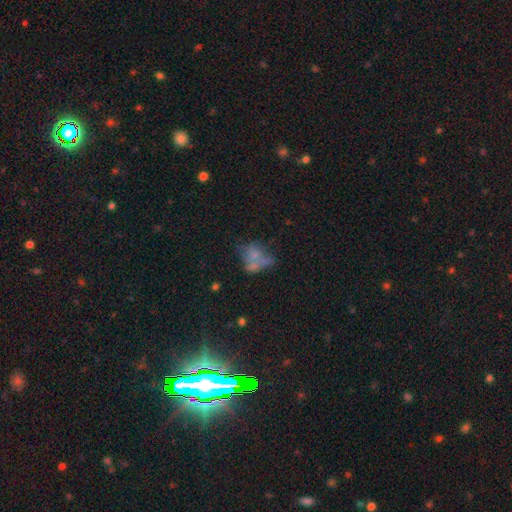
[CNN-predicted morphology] Q: Smooth or featured?
A: smooth (52%); runner-up: featured or disk (29%)
Q: How rounded?
A: in between (62%); runner-up: round (36%)
Q: Merging?
A: merger (36%); runner-up: none (28%)